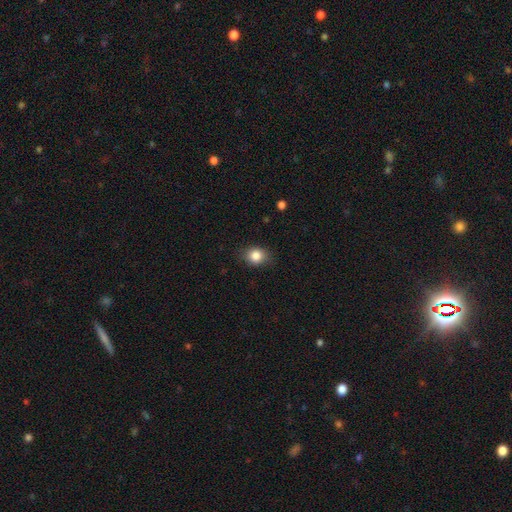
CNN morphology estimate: type=smooth (84%); roundness=round (51%); merging=none (82%).